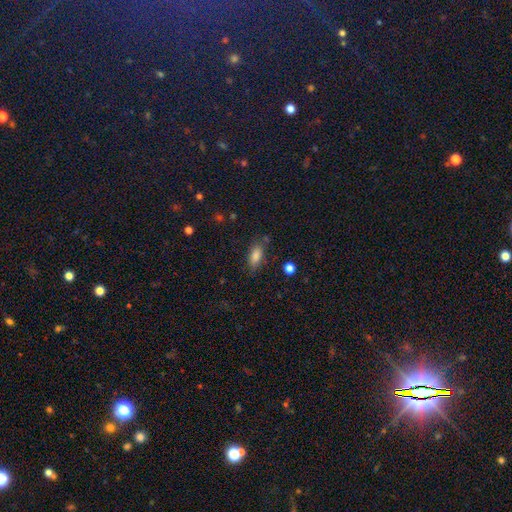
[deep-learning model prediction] The model was most divided on "merging": none: 75%, minor disturbance: 16%, major disturbance: 5%, merger: 4%. More confident: how rounded — in between (82%); smooth or featured — smooth (81%).